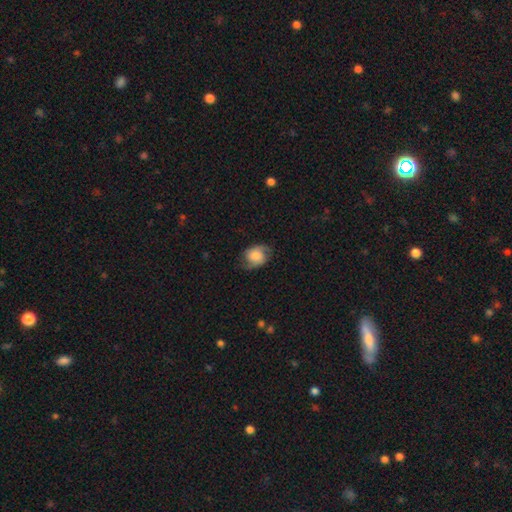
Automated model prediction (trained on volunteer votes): A featured or disk galaxy (53%) with no bar (66%), spiral arms (90%) and a moderate central bulge (33%, tied with large). Merging: none (71%).